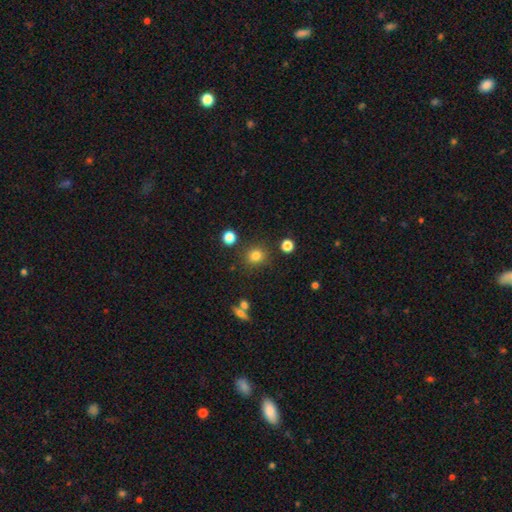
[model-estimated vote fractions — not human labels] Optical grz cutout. It shows a smooth galaxy with no disk features (81%) that is round (86%). Merging: none (85%).